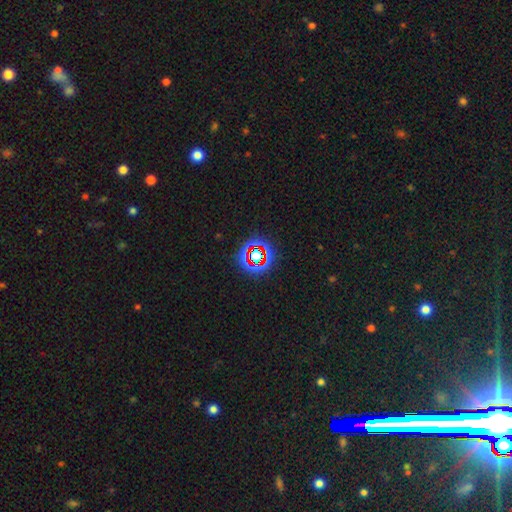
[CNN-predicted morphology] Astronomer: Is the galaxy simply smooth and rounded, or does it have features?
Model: star or artifact — 70%.